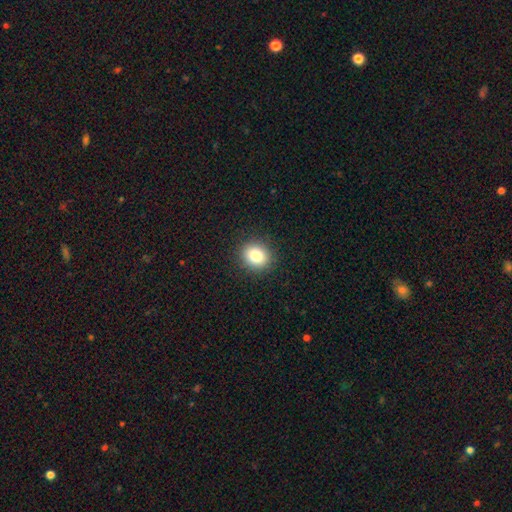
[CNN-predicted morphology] This is clearly a smooth galaxy (83%). How rounded: likely round (69%). Merging: clearly none (90%).